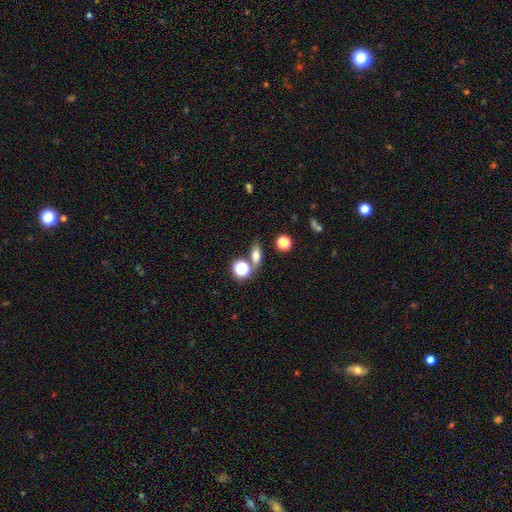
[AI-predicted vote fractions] Smooth or featured? smooth (73%)
How rounded? in between (67%)
Merging? none (69%)